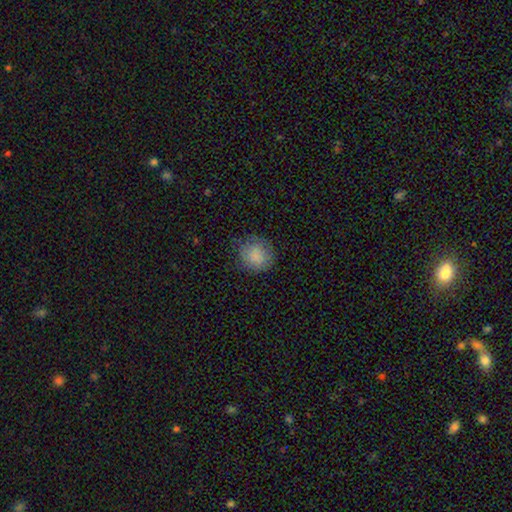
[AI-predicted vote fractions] Overall: smooth (84%). How rounded: round (88%). Merging: none (76%).